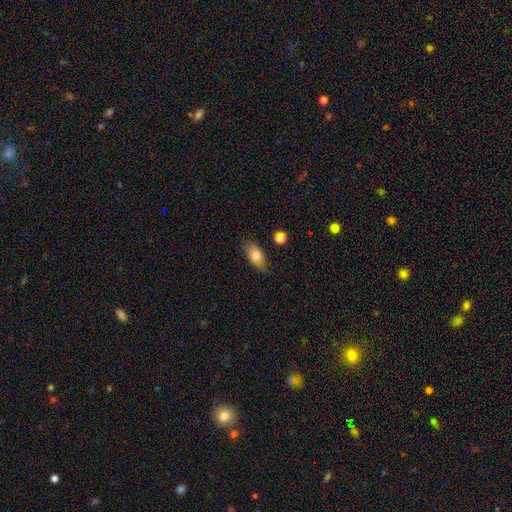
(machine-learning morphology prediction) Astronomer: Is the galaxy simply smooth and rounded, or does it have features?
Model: smooth — 75%.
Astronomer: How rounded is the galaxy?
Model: in between — 85%.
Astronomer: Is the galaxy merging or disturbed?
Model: none — 64%.